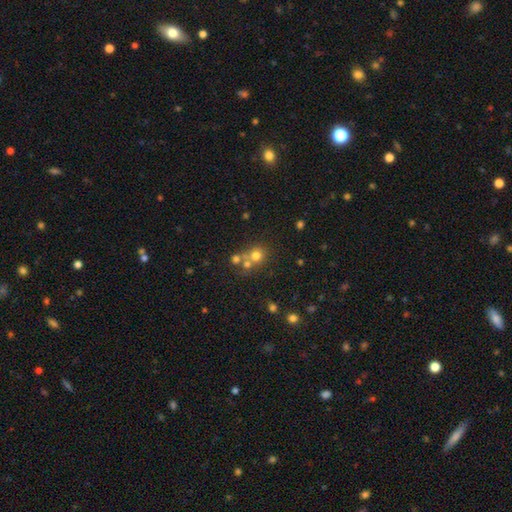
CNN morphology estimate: Q: Smooth or featured?
A: smooth (67%); runner-up: star or artifact (18%)
Q: How rounded?
A: round (85%); runner-up: in between (14%)
Q: Merging?
A: none (48%); runner-up: merger (39%)